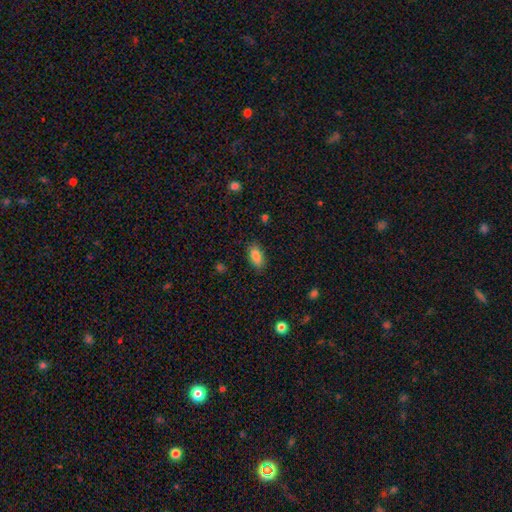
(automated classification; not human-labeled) Smooth or featured: smooth — 85% (star or artifact — 8%)
How rounded: in between — 89% (cigar-shaped — 8%)
Merging: none — 86% (minor disturbance — 10%)